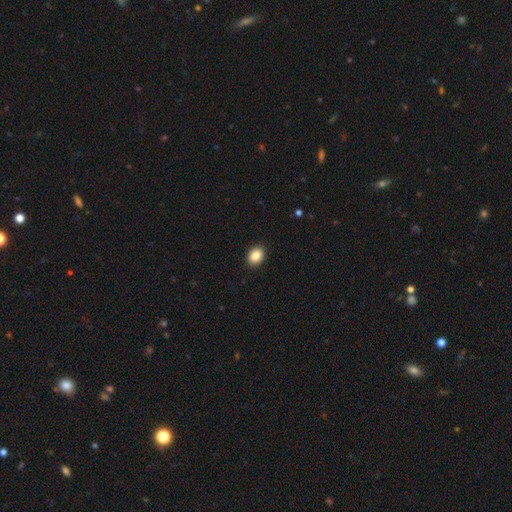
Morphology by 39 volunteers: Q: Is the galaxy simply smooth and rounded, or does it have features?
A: smooth — 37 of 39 (95%).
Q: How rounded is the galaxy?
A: in between — 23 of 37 (62%).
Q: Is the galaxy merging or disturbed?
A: none — 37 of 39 (95%).